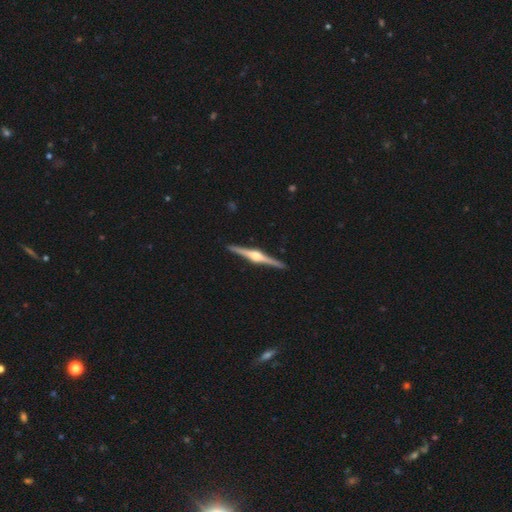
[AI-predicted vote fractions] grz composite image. It shows a featured or disk galaxy (87%) viewed edge-on (99%) with a rounded central bulge (94%). Merging: none (93%).